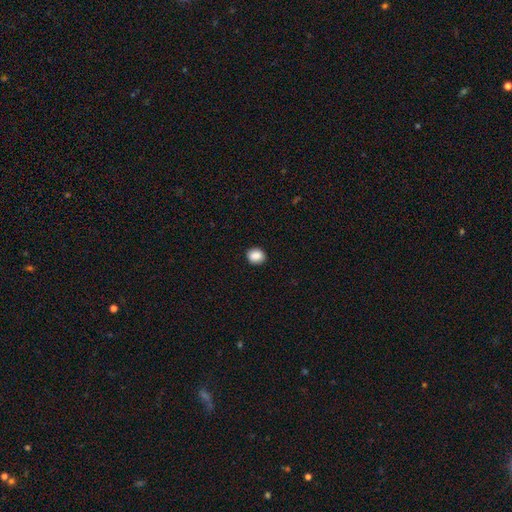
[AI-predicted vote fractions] Q: Smooth or featured?
A: smooth (88%); runner-up: star or artifact (8%)
Q: How rounded?
A: round (72%); runner-up: in between (28%)
Q: Merging?
A: none (91%); runner-up: minor disturbance (6%)